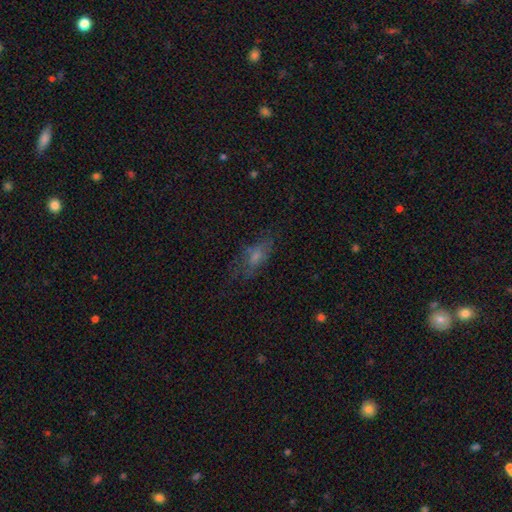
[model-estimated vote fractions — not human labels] This appears to be a smooth galaxy with no disk features (55%) that is in between round and cigar-shaped (73%). Merging: none (59%).